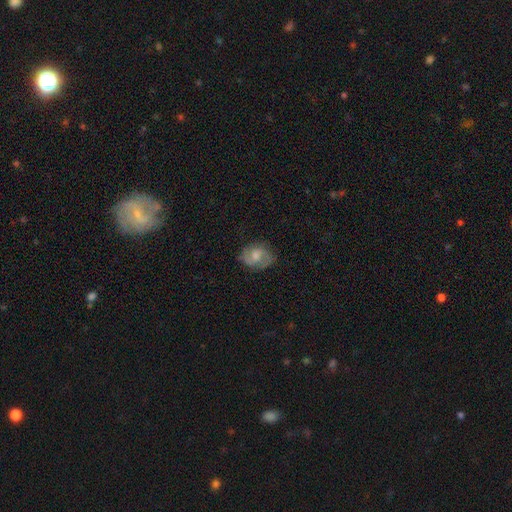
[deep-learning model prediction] Smooth or featured? Predicted: featured or disk (p=0.57). Edge-on disk? Predicted: no (p=0.97). Bar? Predicted: no (p=0.49). Spiral arms? Predicted: yes (p=0.88). Bulge size? Predicted: moderate (p=0.46). Merging? Predicted: none (p=0.70).